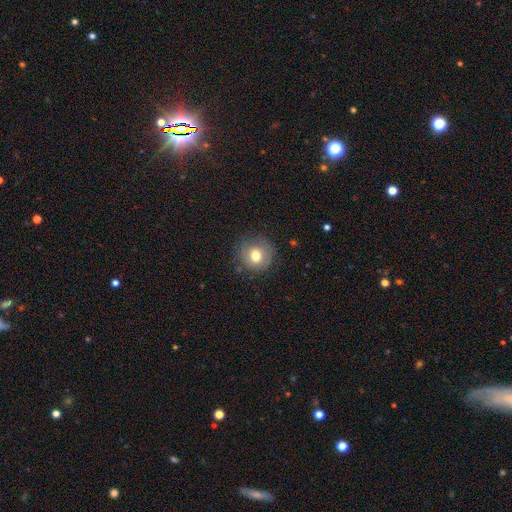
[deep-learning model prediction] Morphology: type=smooth (74%); roundness=round (86%); merging=none (77%).